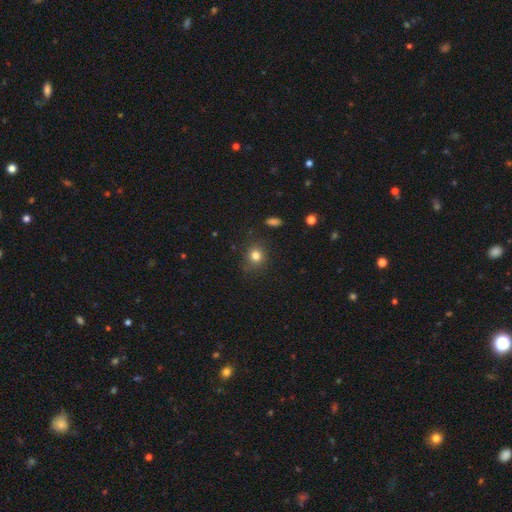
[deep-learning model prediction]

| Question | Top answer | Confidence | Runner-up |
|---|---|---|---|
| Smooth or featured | smooth | 80% | star or artifact (13%) |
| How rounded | round | 84% | in between (15%) |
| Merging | none | 82% | minor disturbance (13%) |